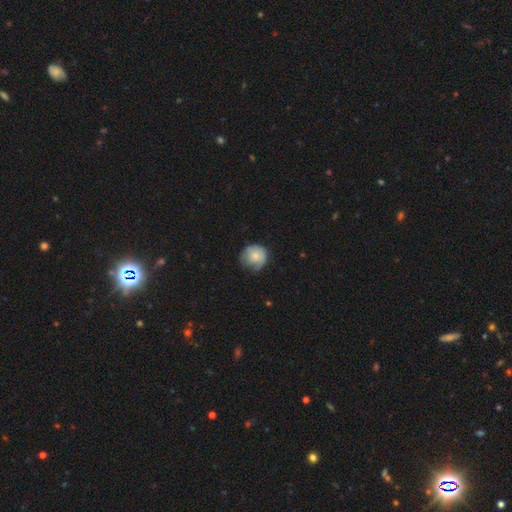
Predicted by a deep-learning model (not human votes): This appears to be a smooth galaxy with no disk features (70%) that is round (86%). Merging: none (54%).